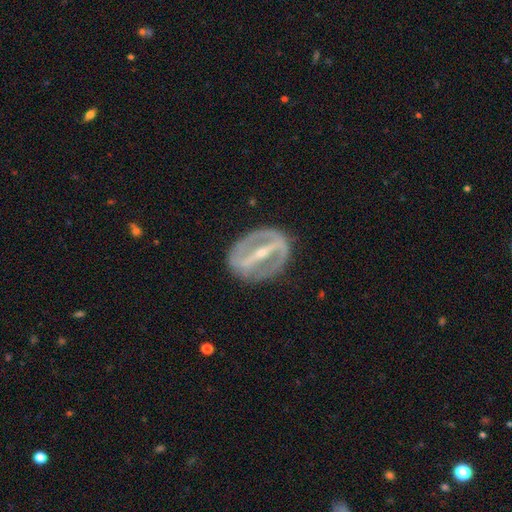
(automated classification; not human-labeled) Smooth or featured?
  - featured or disk: 85% *
  - smooth: 9%
  - star or artifact: 6%
Edge-on disk?
  - no: 83% *
  - yes: 17%
Bar?
  - strong: 86% *
  - weak: 10%
  - no: 4%
Spiral arms?
  - no: 51% *
  - yes: 49%
Bulge size?
  - small: 66% *
  - moderate: 29%
  - none: 2%
  - large: 2%
  - dominant: 1%
Merging?
  - none: 82% *
  - minor disturbance: 11%
  - major disturbance: 5%
  - merger: 1%